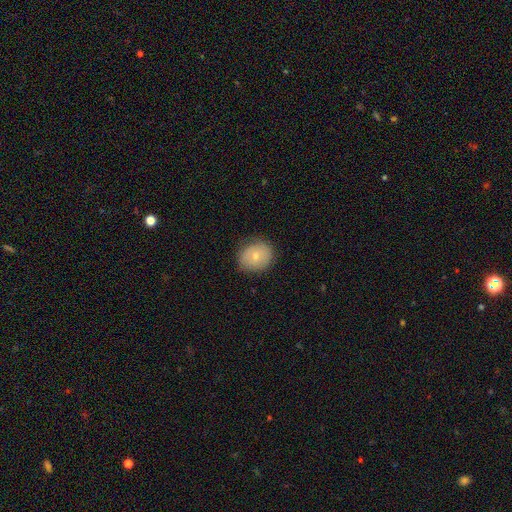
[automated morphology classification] smooth 70%, featured or disk 22%, star or artifact 8%. Down the decision tree: how rounded — round (71%); merging — none (81%).